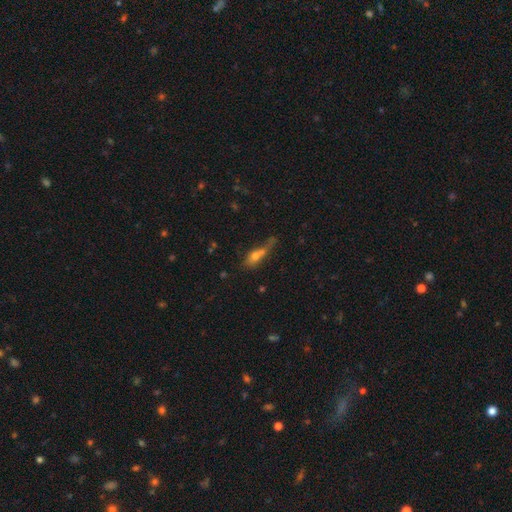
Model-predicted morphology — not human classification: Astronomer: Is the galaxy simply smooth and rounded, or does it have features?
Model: smooth — 60%.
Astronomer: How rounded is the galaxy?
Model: in between — 51% (runner-up: cigar-shaped, 38%).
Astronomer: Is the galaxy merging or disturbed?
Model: merger — 30% (runner-up: none, 29%).